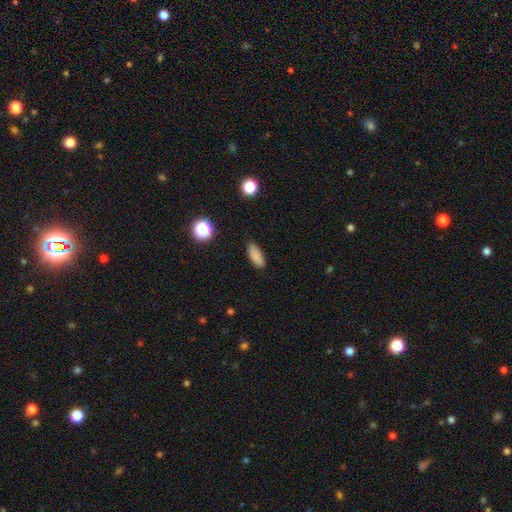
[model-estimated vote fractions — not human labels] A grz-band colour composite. It shows a smooth galaxy with no disk features (84%) that is in between round and cigar-shaped (79%). Merging: none (87%).